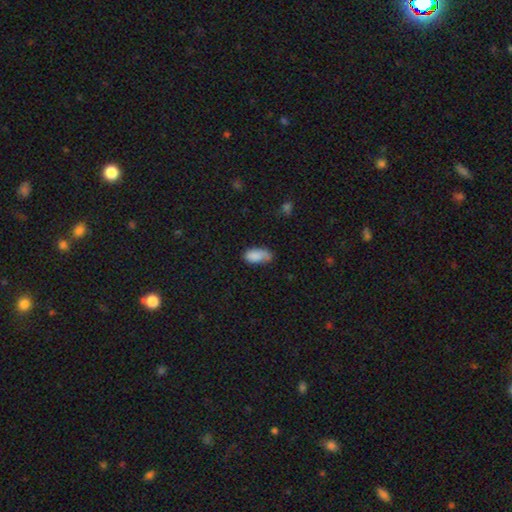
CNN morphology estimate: Smooth or featured?
  - smooth: 86% *
  - star or artifact: 8%
  - featured or disk: 7%
How rounded?
  - in between: 92% *
  - cigar-shaped: 5%
  - round: 3%
Merging?
  - none: 52% *
  - minor disturbance: 35%
  - major disturbance: 10%
  - merger: 3%